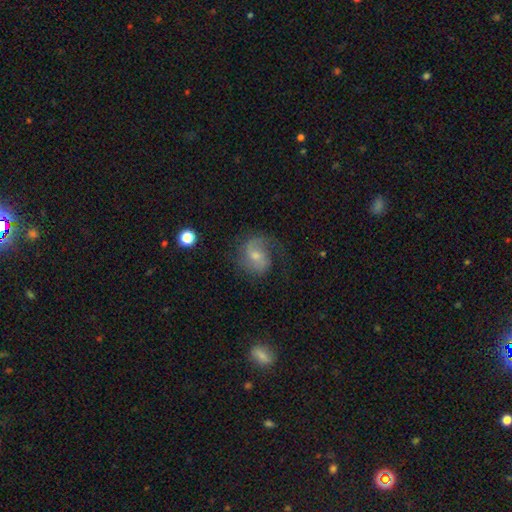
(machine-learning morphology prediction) Smooth or featured: featured or disk — 65% (smooth — 26%)
Edge-on disk: no — 97% (yes — 3%)
Bar: no — 49% (weak — 41%)
Spiral arms: yes — 90% (no — 10%)
Spiral winding: medium — 45% (loose — 38%)
Spiral arm count: 2 — 66% (1 — 20%)
Bulge size: small — 47% (moderate — 46%)
Merging: none — 59% (minor disturbance — 21%)